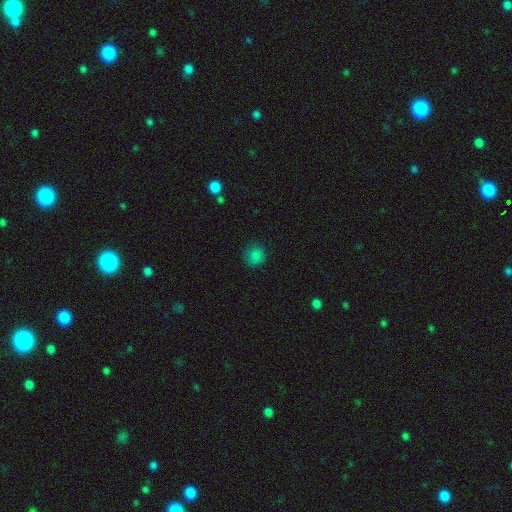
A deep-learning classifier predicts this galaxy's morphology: This is clearly a smooth galaxy (82%). How rounded: clearly round (87%). Merging: likely none (79%).